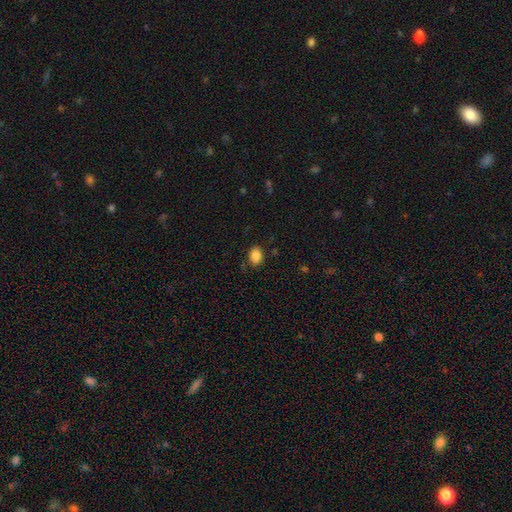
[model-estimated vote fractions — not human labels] This appears to be a smooth galaxy with no disk features (87%) that is in between round and cigar-shaped (76%). Merging: none (84%).